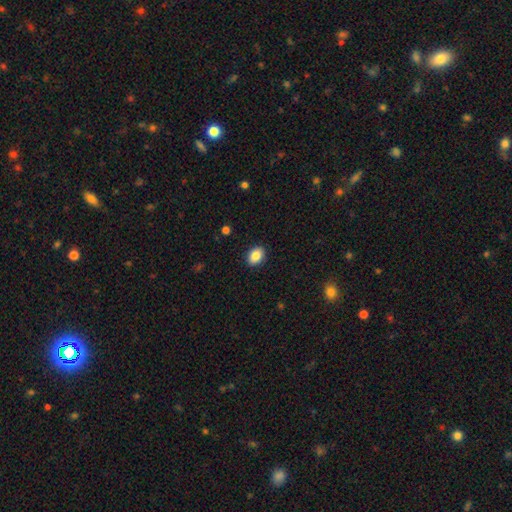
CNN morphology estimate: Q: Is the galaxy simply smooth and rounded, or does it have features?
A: smooth — 86%.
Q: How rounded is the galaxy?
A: in between — 76%.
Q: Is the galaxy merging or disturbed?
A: none — 90%.